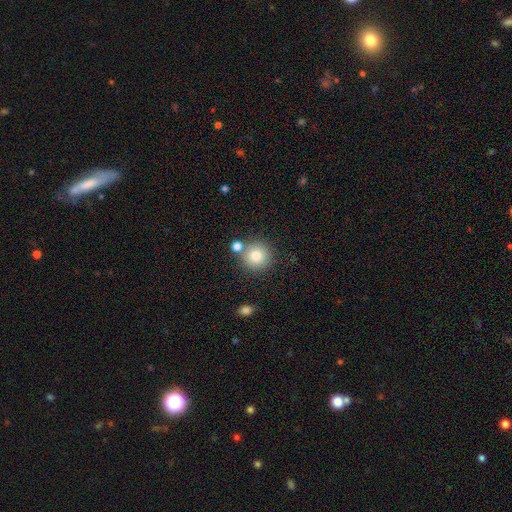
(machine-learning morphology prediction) Smooth or featured? smooth (80%)
How rounded? round (93%)
Merging? none (71%)